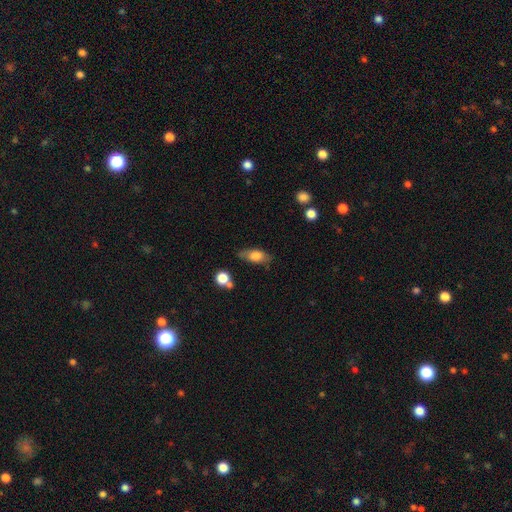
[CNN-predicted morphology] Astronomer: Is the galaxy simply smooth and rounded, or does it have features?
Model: smooth — 71%.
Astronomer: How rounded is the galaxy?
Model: in between — 81%.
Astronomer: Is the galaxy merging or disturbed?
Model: none — 67%.